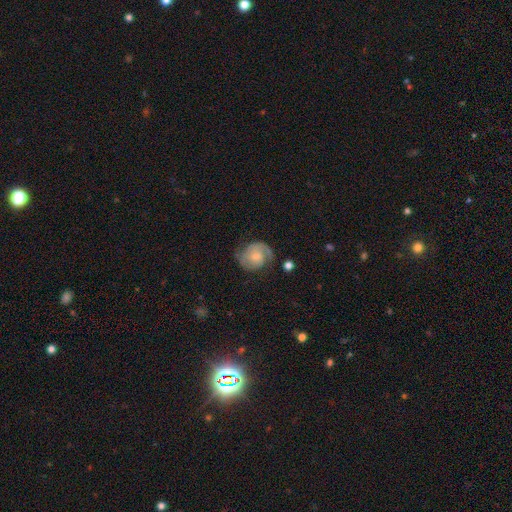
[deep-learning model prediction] The model was most divided on "bulge size": small: 38%, moderate: 36%, none: 15%, large: 9%, dominant: 2%. Remaining: edge-on disk — no (98%); spiral arms — yes (91%); spiral arm count — 2 (69%); bar — no (69%); smooth or featured — featured or disk (67%); merging — none (61%); spiral winding — medium (42%).